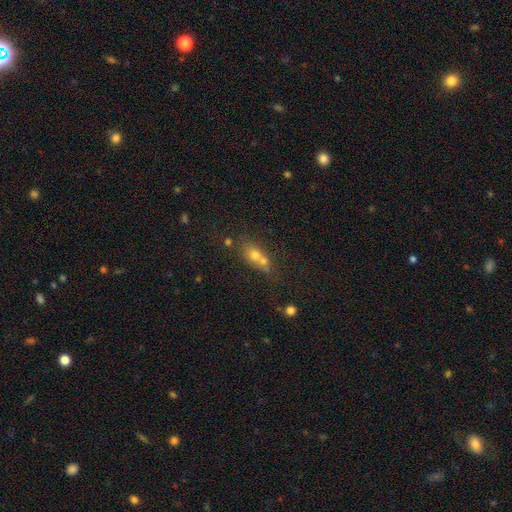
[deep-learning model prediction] Q: Smooth or featured?
A: smooth (61%); runner-up: featured or disk (20%)
Q: How rounded?
A: round (46%); tied with: in between (46%)
Q: Merging?
A: merger (51%); runner-up: none (34%)